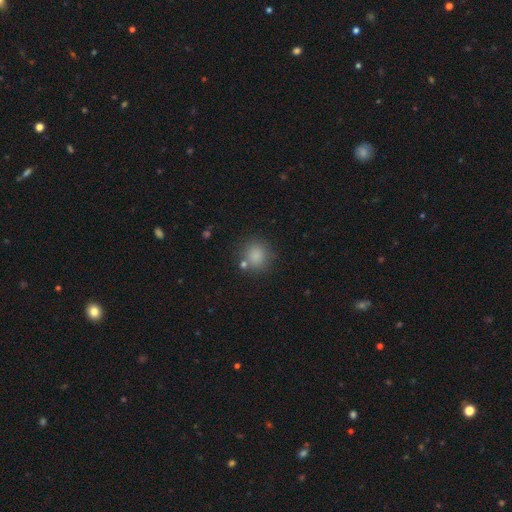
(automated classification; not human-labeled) Overall: smooth (84%). How rounded: round (88%). Merging: none (77%).